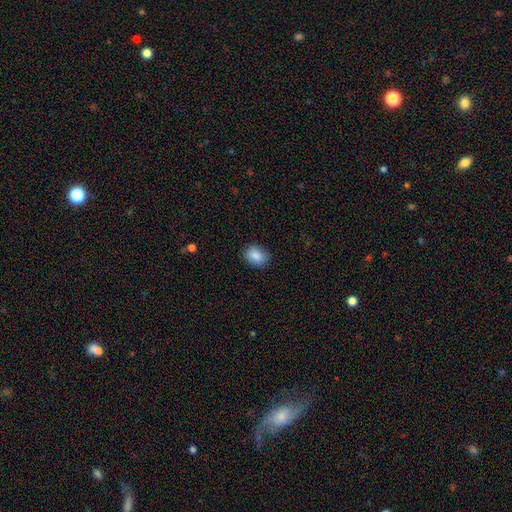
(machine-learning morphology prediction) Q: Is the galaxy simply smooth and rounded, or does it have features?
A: smooth — 87%.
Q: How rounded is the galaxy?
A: in between — 66%.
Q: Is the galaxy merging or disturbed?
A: none — 86%.